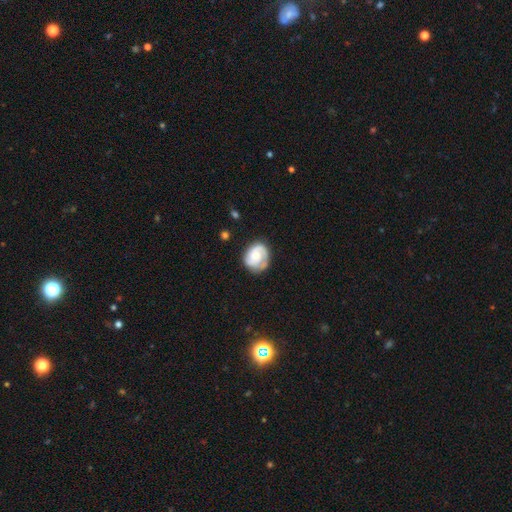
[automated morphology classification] Smooth or featured?
  - featured or disk: 59% *
  - smooth: 34%
  - star or artifact: 7%
Edge-on disk?
  - no: 98% *
  - yes: 2%
Bar?
  - no: 72% *
  - weak: 24%
  - strong: 4%
Spiral arms?
  - yes: 88% *
  - no: 12%
Spiral winding?
  - tight: 55% *
  - medium: 33%
  - loose: 12%
Spiral arm count?
  - 2: 44% *
  - can't tell: 20%
  - 1: 20%
  - 3: 12%
  - 4: 2%
  - more than 4: 2%
Bulge size?
  - small: 36% *
  - moderate: 32%
  - none: 16%
  - large: 12%
  - dominant: 3%
Merging?
  - none: 69% *
  - minor disturbance: 21%
  - major disturbance: 8%
  - merger: 2%